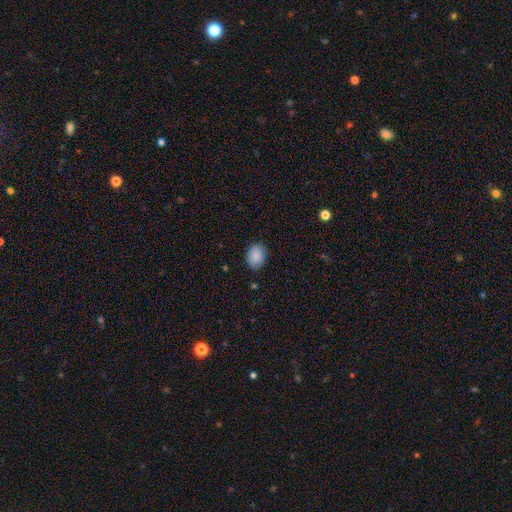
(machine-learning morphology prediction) Smooth or featured?
  - smooth: 89% *
  - star or artifact: 7%
  - featured or disk: 4%
How rounded?
  - in between: 70% *
  - round: 29%
  - cigar-shaped: 1%
Merging?
  - none: 85% *
  - minor disturbance: 11%
  - major disturbance: 2%
  - merger: 1%